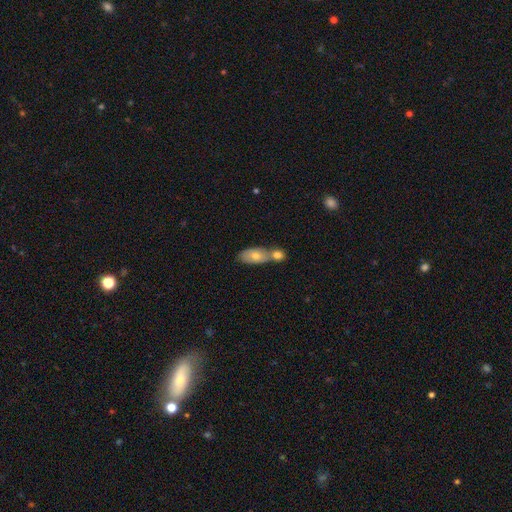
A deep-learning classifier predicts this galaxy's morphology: Smooth or featured?
  - smooth: 67% *
  - featured or disk: 26%
  - star or artifact: 8%
How rounded?
  - in between: 82% *
  - cigar-shaped: 10%
  - round: 8%
Merging?
  - merger: 53% *
  - none: 34%
  - minor disturbance: 10%
  - major disturbance: 3%